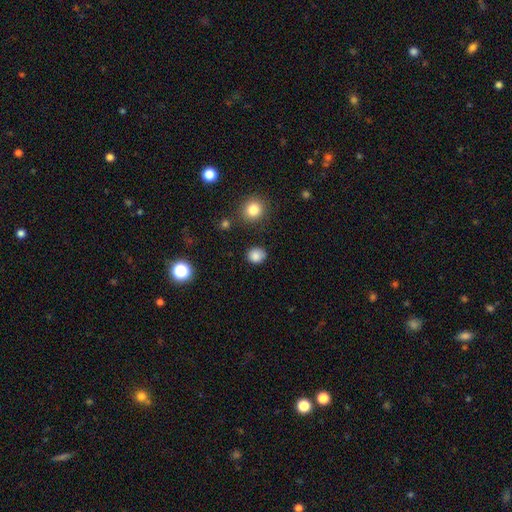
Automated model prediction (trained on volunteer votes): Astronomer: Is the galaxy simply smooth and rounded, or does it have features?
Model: smooth — 84%.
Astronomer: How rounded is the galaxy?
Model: round — 77%.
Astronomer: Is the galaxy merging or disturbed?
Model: none — 82%.